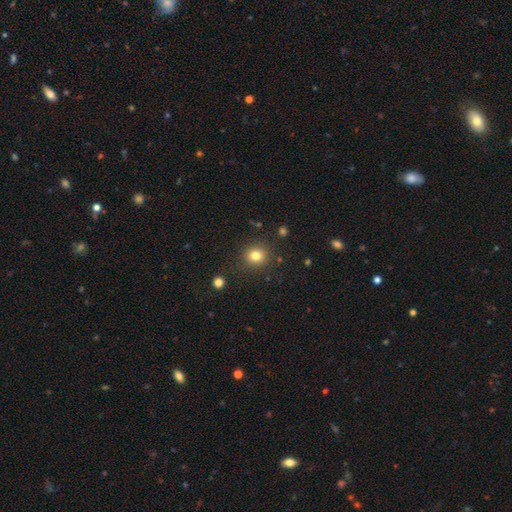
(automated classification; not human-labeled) Smooth or featured: smooth — 81% (star or artifact — 13%)
How rounded: round — 86% (in between — 13%)
Merging: none — 88% (minor disturbance — 7%)